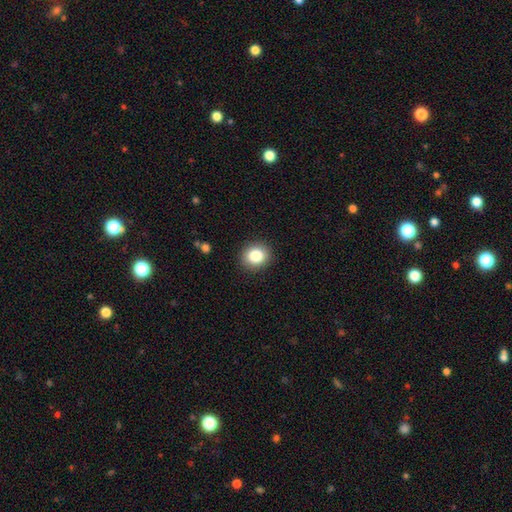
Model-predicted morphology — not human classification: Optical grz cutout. It shows a smooth galaxy with no disk features (84%) that is round (75%). Merging: none (90%).